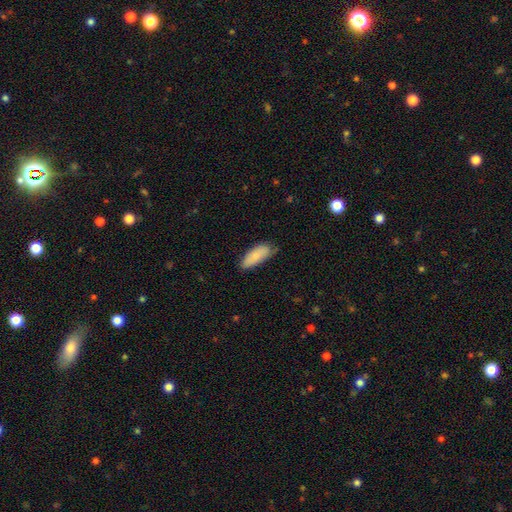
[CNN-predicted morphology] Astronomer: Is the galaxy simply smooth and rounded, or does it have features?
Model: smooth — 87%.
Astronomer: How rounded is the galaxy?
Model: in between — 76%.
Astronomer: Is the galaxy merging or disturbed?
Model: none — 68%.